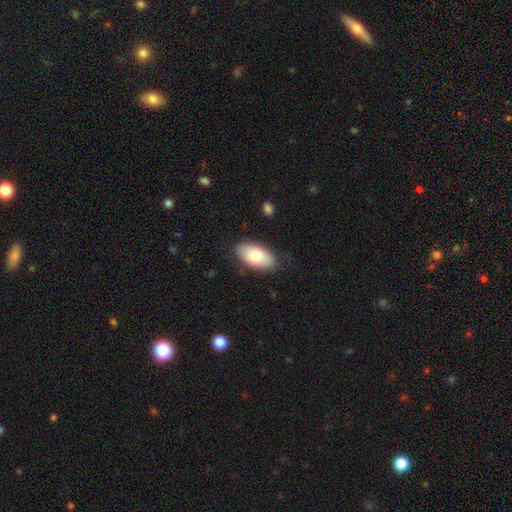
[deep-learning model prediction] Morphology: type=smooth (80%); roundness=in between (94%); merging=none (82%).